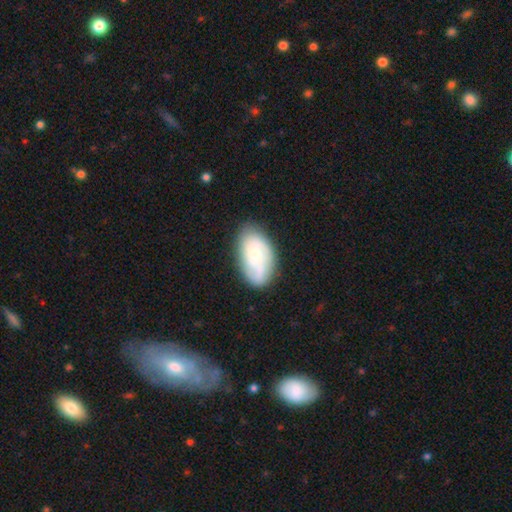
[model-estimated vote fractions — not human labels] A featured or disk galaxy (48%). Merging: none (69%).